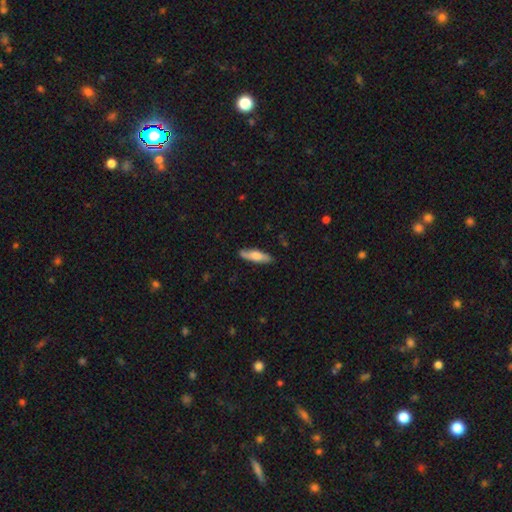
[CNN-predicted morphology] This appears to be a smooth galaxy with no disk features (67%) that is cigar-shaped (62%). Merging: none (84%).